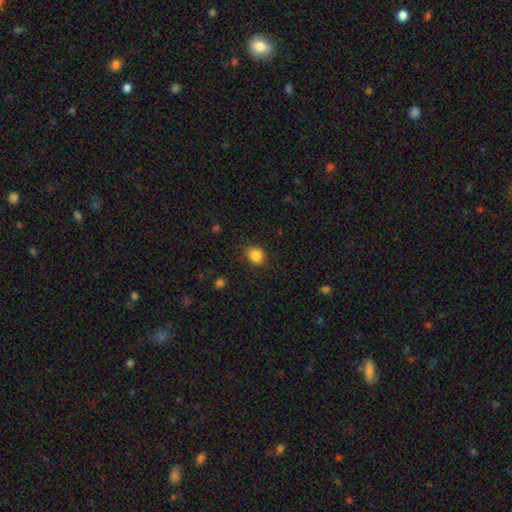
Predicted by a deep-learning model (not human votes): Smooth or featured? Predicted: smooth (p=0.85). How rounded? Predicted: round (p=0.68). Merging? Predicted: none (p=0.74).